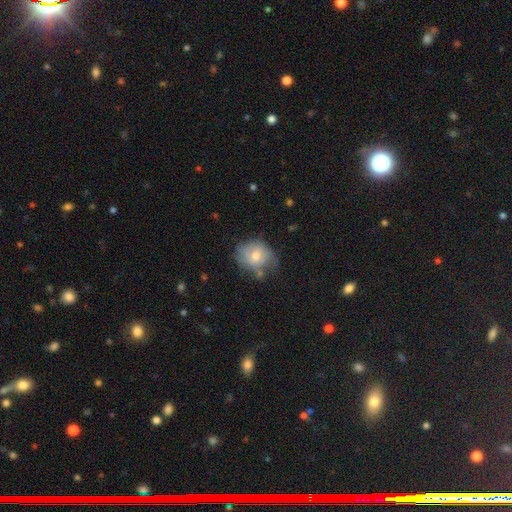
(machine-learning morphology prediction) This is possibly a smooth galaxy (60%). How rounded: possibly round (55%). Merging: possibly none (46%).